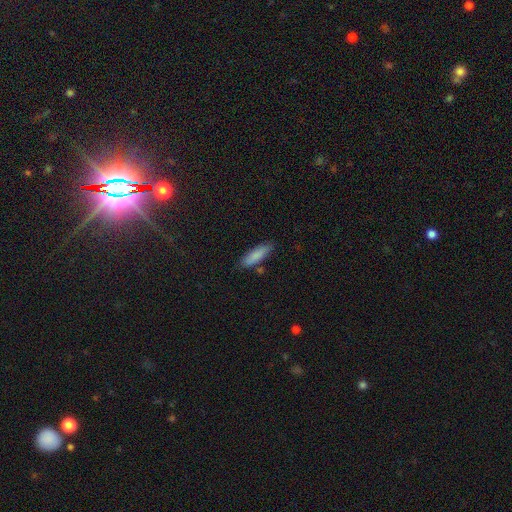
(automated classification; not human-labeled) Smooth or featured?
  - smooth: 85% *
  - featured or disk: 9%
  - star or artifact: 6%
How rounded?
  - cigar-shaped: 56% *
  - in between: 42%
  - round: 2%
Merging?
  - none: 81% *
  - minor disturbance: 13%
  - merger: 4%
  - major disturbance: 3%